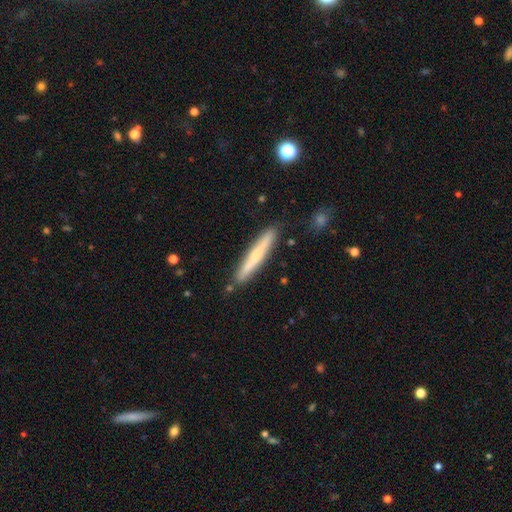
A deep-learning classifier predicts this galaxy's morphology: A smooth galaxy with no disk features (52%) that is cigar-shaped (95%). Merging: none (87%).